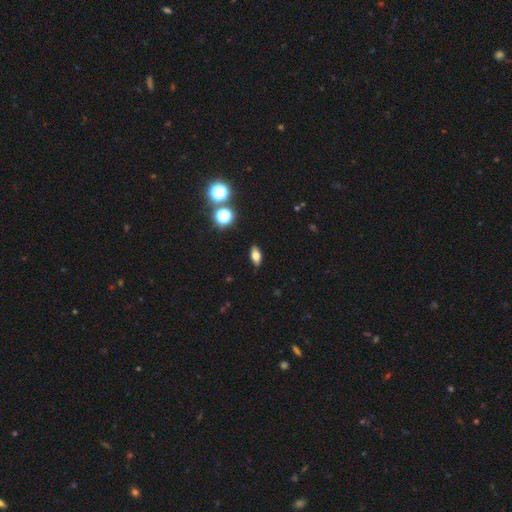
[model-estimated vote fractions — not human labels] Morphology: type=smooth (68%); roundness=in between (80%); merging=none (89%).